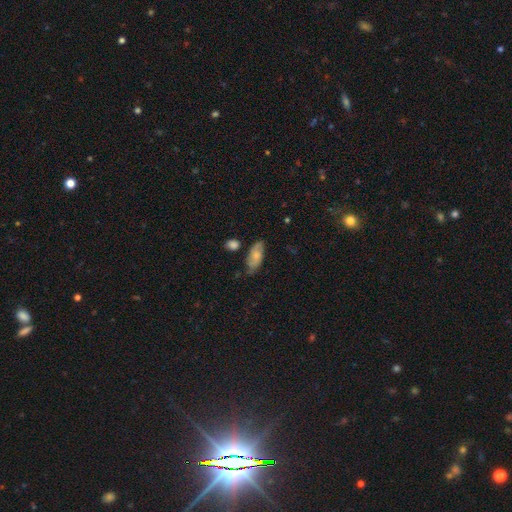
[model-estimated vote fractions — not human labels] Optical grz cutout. It shows a smooth galaxy with no disk features (60%) that is in between round and cigar-shaped (87%). Merging: none (63%).